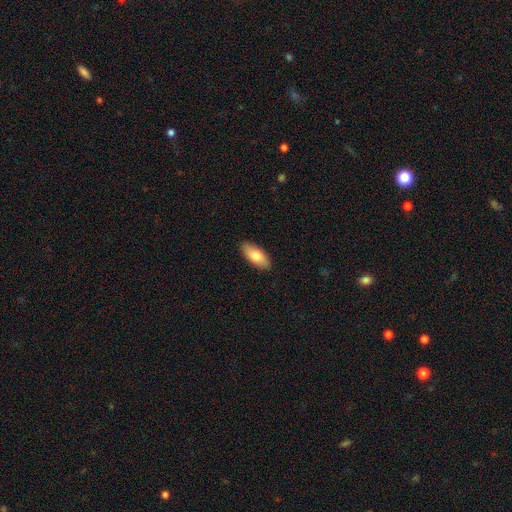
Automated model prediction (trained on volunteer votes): A smooth galaxy with no disk features (78%) that is in between round and cigar-shaped (87%). Merging: none (88%).